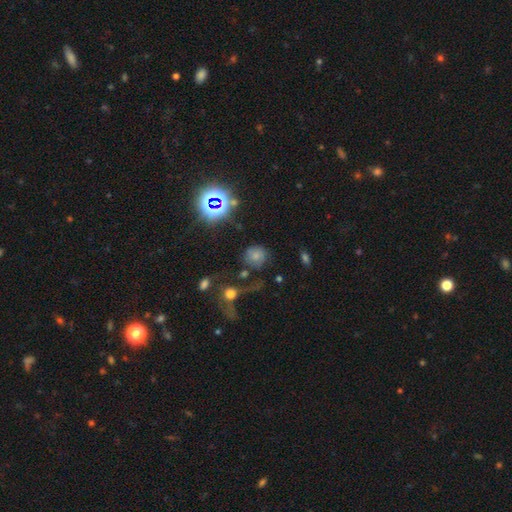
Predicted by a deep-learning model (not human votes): smooth-or-featured: smooth: 62% | star or artifact: 24% | featured or disk: 14%
  how-rounded: round: 83% | in between: 16% | cigar-shaped: 1%
  merging: none: 62% | minor disturbance: 17% | major disturbance: 12% | merger: 9%